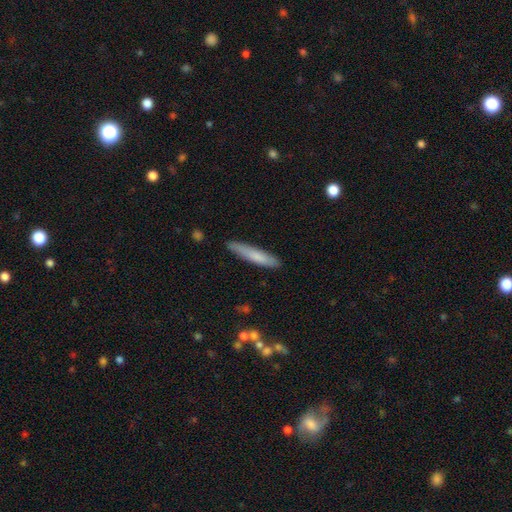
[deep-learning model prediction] Q: Smooth or featured?
A: smooth (74%); runner-up: featured or disk (20%)
Q: How rounded?
A: cigar-shaped (91%); runner-up: in between (8%)
Q: Merging?
A: none (84%); runner-up: minor disturbance (12%)